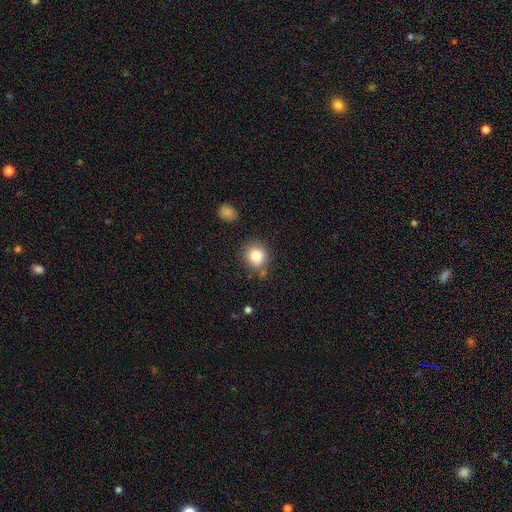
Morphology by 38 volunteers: smooth-or-featured: smooth: 87% | star or artifact: 8% | featured or disk: 5%
  how-rounded: round: 67% | in between: 33% | cigar-shaped: 0%
  merging: none: 83% | major disturbance: 9% | minor disturbance: 6% | merger: 3%